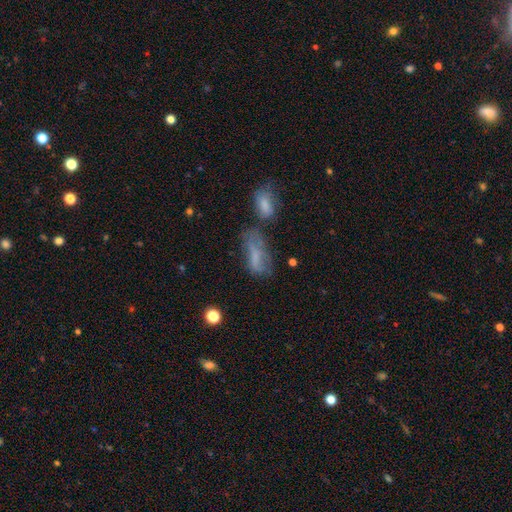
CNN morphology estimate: smooth_or_featured: smooth (p=0.57) [alt: featured or disk p=0.29]
how_rounded: in between (p=0.74) [alt: cigar-shaped p=0.22]
merging: none (p=0.34) [alt: minor disturbance p=0.24]